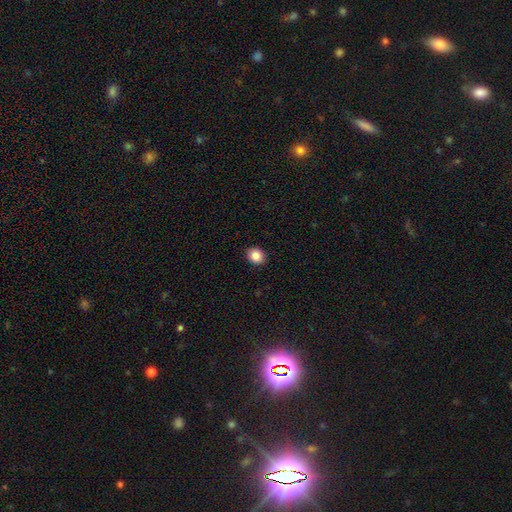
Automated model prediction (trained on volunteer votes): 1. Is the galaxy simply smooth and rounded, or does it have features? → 85% smooth, 9% star or artifact, 5% featured or disk.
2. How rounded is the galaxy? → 66% round, 34% in between, 1% cigar-shaped.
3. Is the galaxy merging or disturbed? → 91% none, 6% minor disturbance, 2% major disturbance, 1% merger.